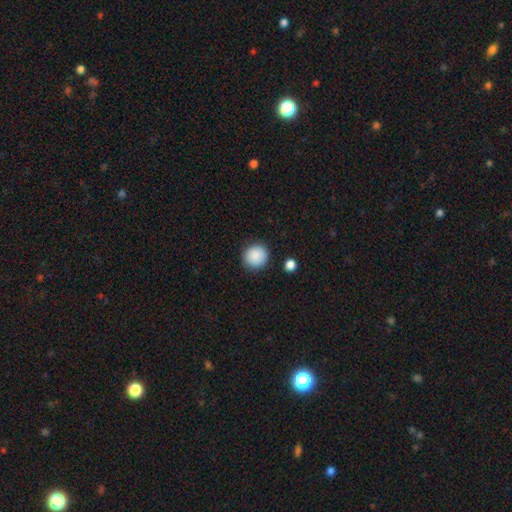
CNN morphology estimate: type=smooth (89%); roundness=round (91%); merging=none (89%).